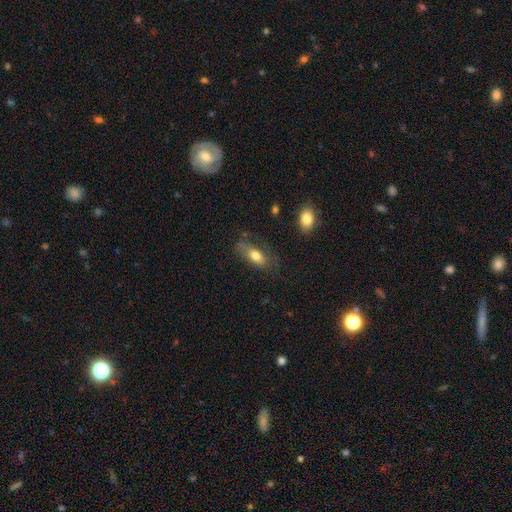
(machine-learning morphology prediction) Smooth or featured?
  - smooth: 71% *
  - featured or disk: 21%
  - star or artifact: 8%
How rounded?
  - in between: 81% *
  - cigar-shaped: 15%
  - round: 4%
Merging?
  - none: 62% *
  - minor disturbance: 24%
  - major disturbance: 11%
  - merger: 3%